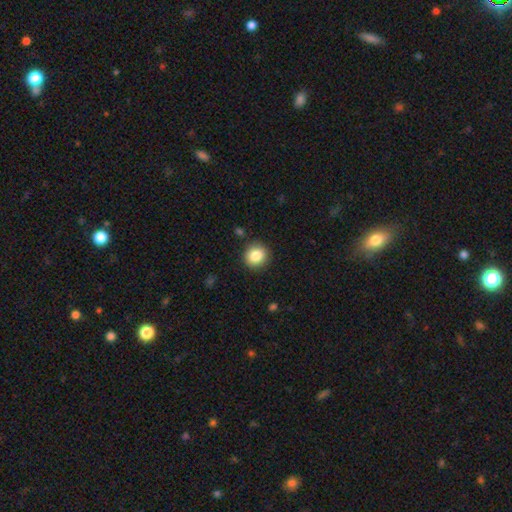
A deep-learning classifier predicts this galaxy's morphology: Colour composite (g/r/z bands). It shows a smooth galaxy with no disk features (85%) that is round (88%). Merging: none (90%).